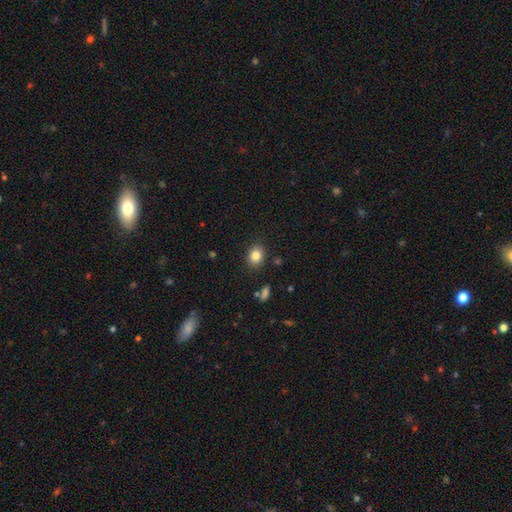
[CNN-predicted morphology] smooth-or-featured: smooth: 83% | star or artifact: 10% | featured or disk: 7%
  how-rounded: in between: 51% | round: 48% | cigar-shaped: 1%
  merging: none: 87% | minor disturbance: 9% | major disturbance: 2% | merger: 2%